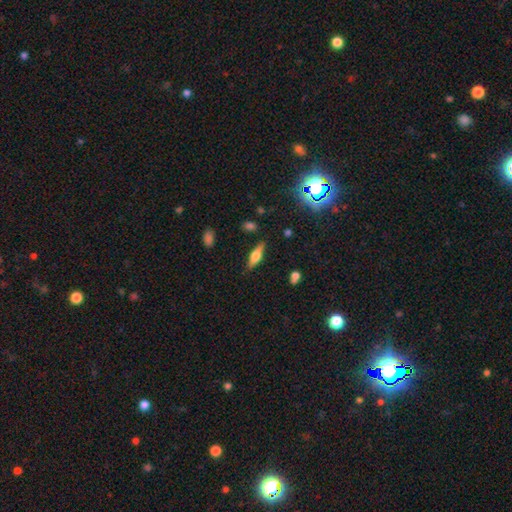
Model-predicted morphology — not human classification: The model was most divided on "smooth or featured": featured or disk: 49%, smooth: 42%, star or artifact: 9%. More confident: merging — none (84%).